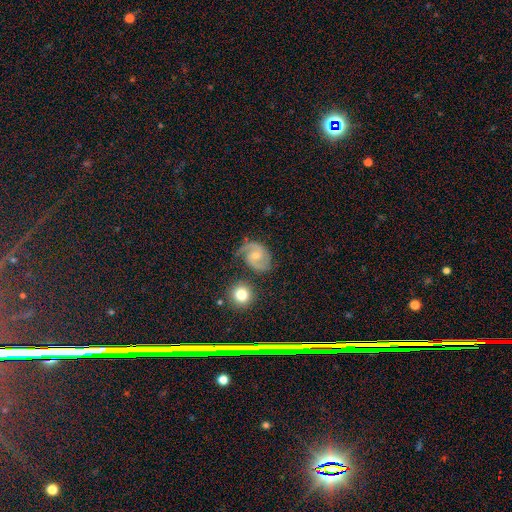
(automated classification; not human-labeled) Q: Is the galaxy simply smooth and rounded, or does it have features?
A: featured or disk — 83%.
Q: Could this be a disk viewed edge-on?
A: no — 98%.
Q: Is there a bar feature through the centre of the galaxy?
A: no — 48%.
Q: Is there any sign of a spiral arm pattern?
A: yes — 97%.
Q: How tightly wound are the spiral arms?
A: medium — 55%.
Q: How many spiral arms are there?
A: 2 — 88%.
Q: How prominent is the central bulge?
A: small — 49%.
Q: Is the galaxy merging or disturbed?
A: none — 69%.